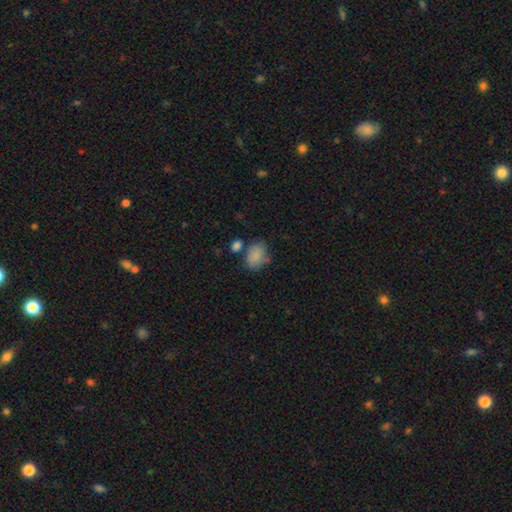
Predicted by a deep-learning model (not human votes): Smooth or featured: smooth — 84% (star or artifact — 9%)
How rounded: in between — 71% (round — 28%)
Merging: none — 60% (minor disturbance — 20%)